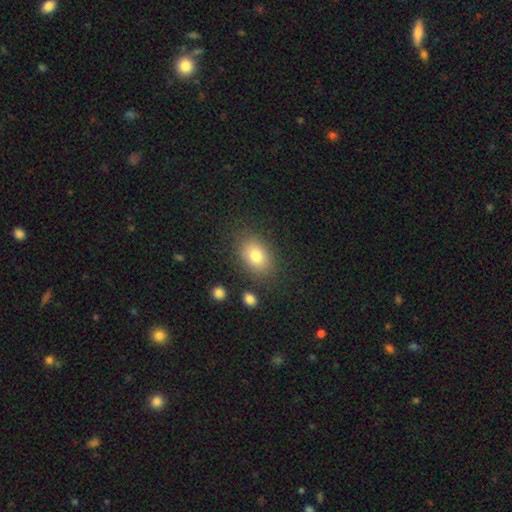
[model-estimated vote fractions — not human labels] Smooth or featured? Predicted: smooth (p=0.79). How rounded? Predicted: in between (p=0.79). Merging? Predicted: none (p=0.82).